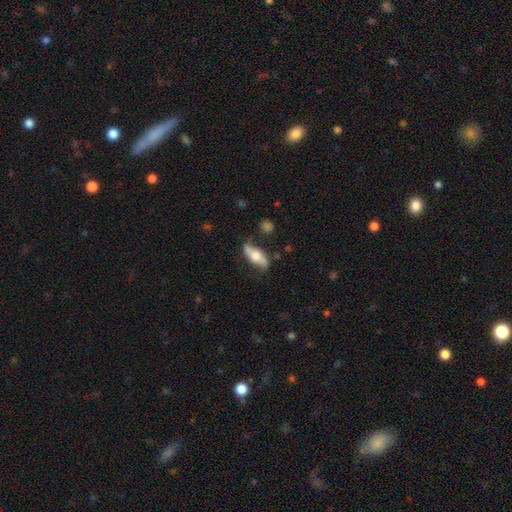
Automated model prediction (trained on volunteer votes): This is possibly a featured or disk galaxy (48%). Merging: likely none (69%).